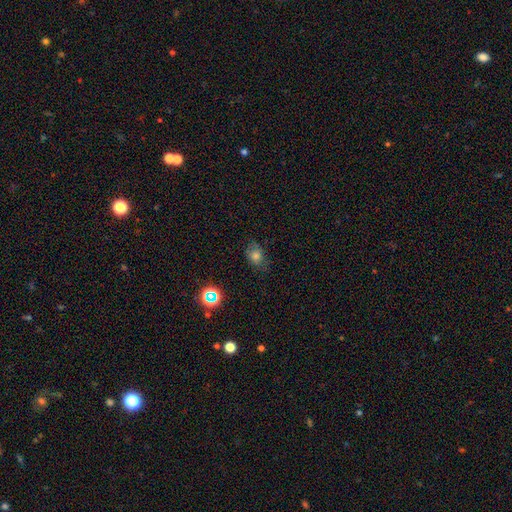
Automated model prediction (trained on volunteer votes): Smooth or featured? Predicted: smooth (p=0.67). How rounded? Predicted: in between (p=0.59). Merging? Predicted: none (p=0.68).